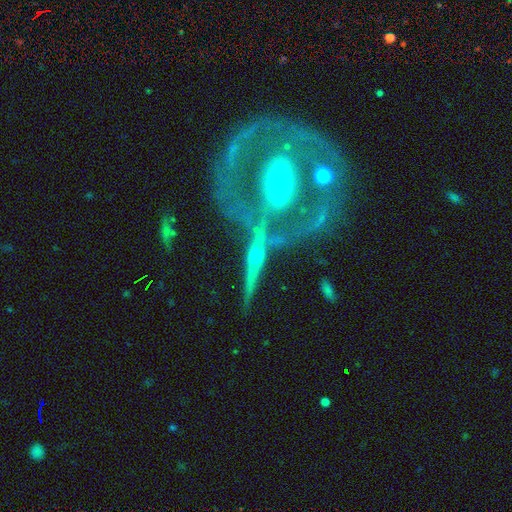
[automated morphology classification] A featured or disk galaxy (79%) viewed edge-on (71%) with a rounded central bulge (77%).

Vote fractions:
- Smooth or featured? featured or disk: 79% / smooth: 13% / star or artifact: 8%
- Edge-on disk? yes: 71% / no: 29%
- Edge-on bulge? rounded: 77% / none: 13% / boxy: 10%
- Merging? none: 46% / merger: 26% / minor disturbance: 16% / major disturbance: 12%